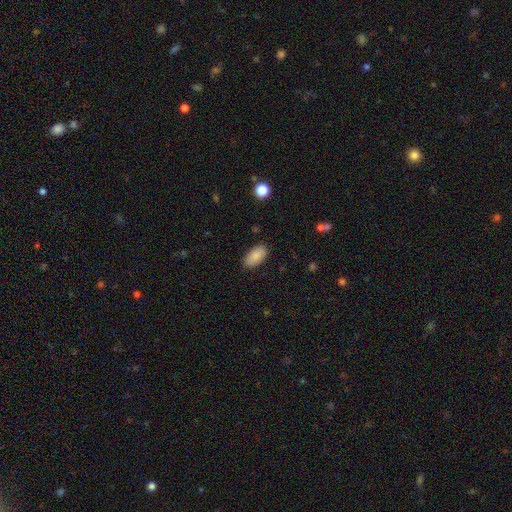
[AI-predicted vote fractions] A smooth galaxy with no disk features (88%) that is in between round and cigar-shaped (94%). Merging: none (86%).